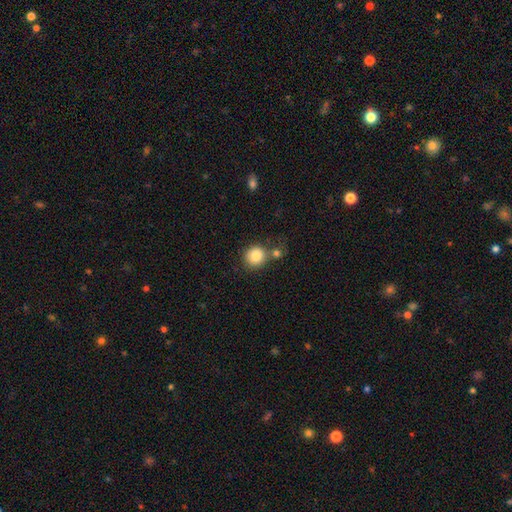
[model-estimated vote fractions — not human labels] This appears to be a smooth galaxy with no disk features (86%) that is round (86%). Merging: none (61%).